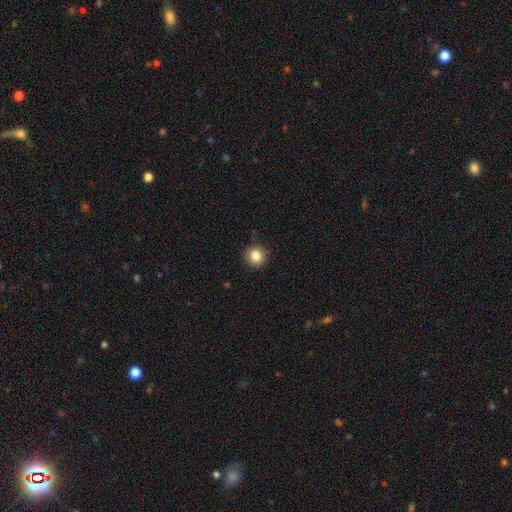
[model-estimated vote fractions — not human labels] This appears to be a smooth galaxy with no disk features (86%) that is round (91%). Merging: none (89%).